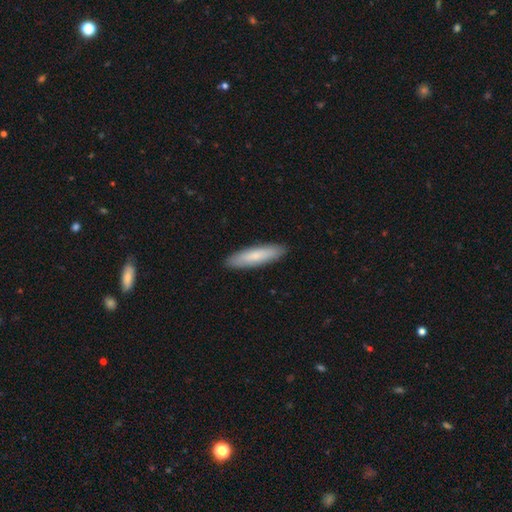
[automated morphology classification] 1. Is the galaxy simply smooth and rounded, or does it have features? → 77% smooth, 17% featured or disk, 5% star or artifact.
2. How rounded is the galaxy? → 75% cigar-shaped, 24% in between, 1% round.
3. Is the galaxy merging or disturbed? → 91% none, 7% minor disturbance, 1% major disturbance, 1% merger.